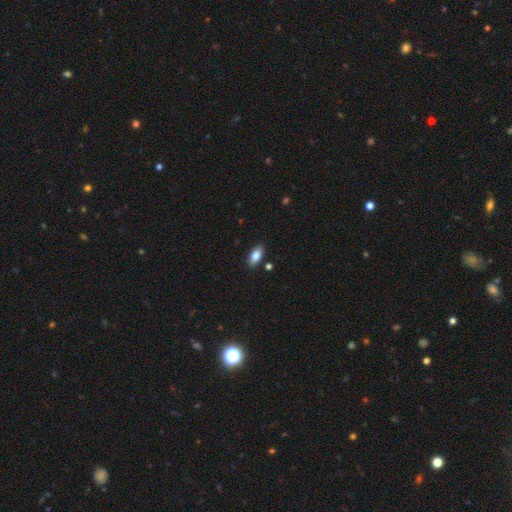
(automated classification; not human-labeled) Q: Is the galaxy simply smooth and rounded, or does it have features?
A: smooth — 84%.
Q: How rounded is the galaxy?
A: in between — 90%.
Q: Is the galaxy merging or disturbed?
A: none — 86%.